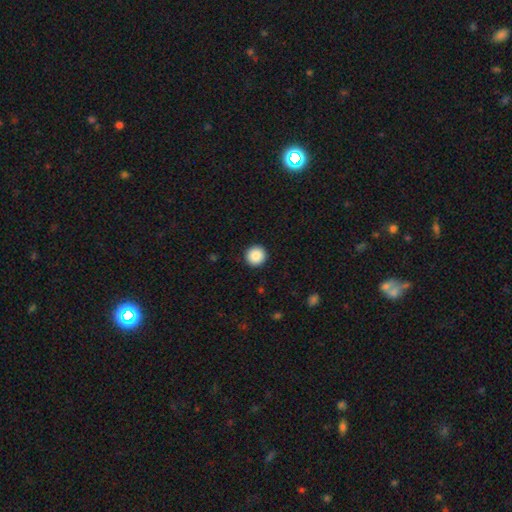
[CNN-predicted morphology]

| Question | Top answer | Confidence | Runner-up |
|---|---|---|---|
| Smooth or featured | smooth | 89% | star or artifact (8%) |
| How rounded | round | 96% | in between (3%) |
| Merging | none | 93% | minor disturbance (4%) |